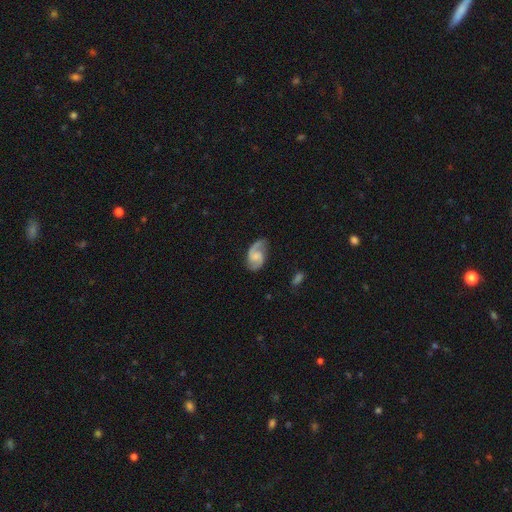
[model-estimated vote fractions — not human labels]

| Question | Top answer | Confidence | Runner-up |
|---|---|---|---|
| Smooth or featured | featured or disk | 86% | smooth (9%) |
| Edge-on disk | no | 98% | yes (2%) |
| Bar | no | 45% | tied: weak (45%) |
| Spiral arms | yes | 97% | no (3%) |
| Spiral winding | medium | 52% | loose (32%) |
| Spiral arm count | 2 | 91% | 1 (3%) |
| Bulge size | none | 44% | small (30%) |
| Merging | none | 76% | minor disturbance (16%) |